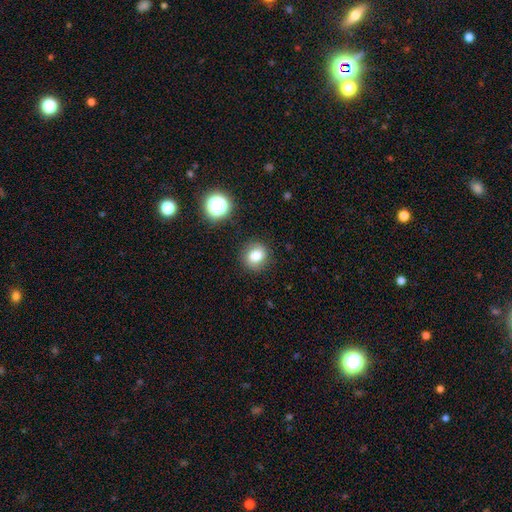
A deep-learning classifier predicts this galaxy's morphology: smooth_or_featured: smooth (p=0.77) [alt: star or artifact p=0.13]
how_rounded: round (p=0.78) [alt: in between p=0.21]
merging: none (p=0.86) [alt: minor disturbance p=0.09]